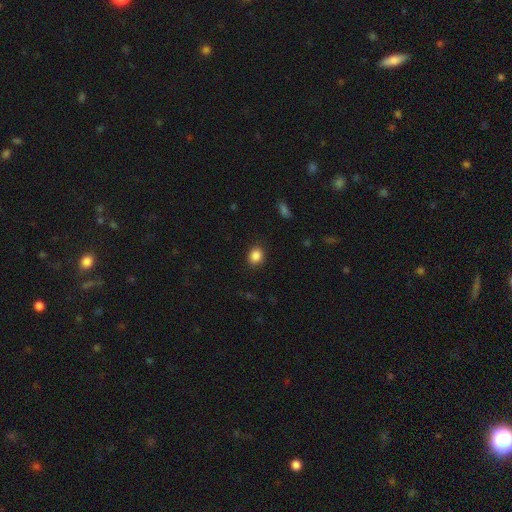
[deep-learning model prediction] Smooth or featured?
  - smooth: 87% *
  - star or artifact: 10%
  - featured or disk: 4%
How rounded?
  - round: 65% *
  - in between: 34%
  - cigar-shaped: 1%
Merging?
  - none: 88% *
  - minor disturbance: 9%
  - major disturbance: 3%
  - merger: 1%